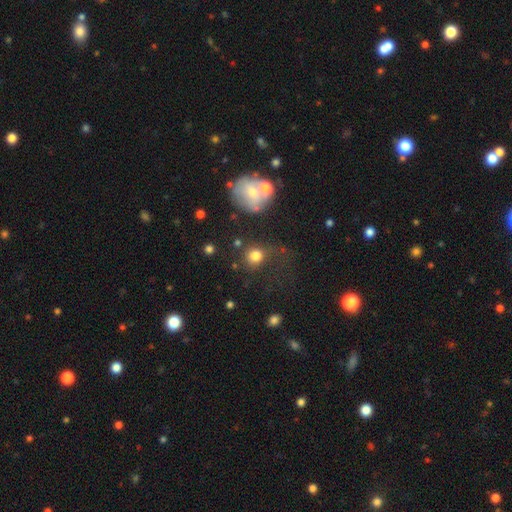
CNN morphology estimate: Smooth or featured: smooth — 79% (star or artifact — 12%)
How rounded: round — 82% (in between — 17%)
Merging: none — 56% (minor disturbance — 17%)